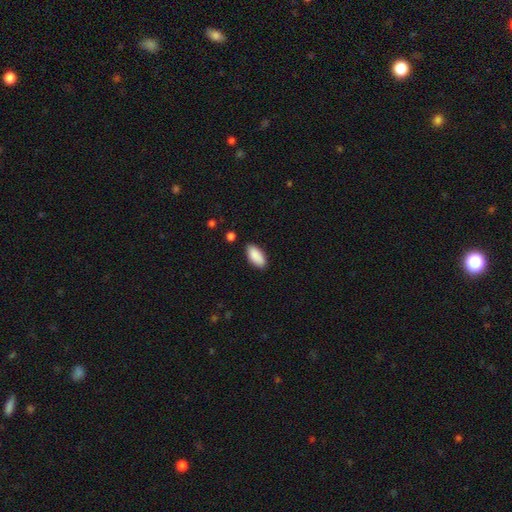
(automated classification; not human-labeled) A smooth galaxy with no disk features (89%) that is in between round and cigar-shaped (91%). Merging: none (85%).